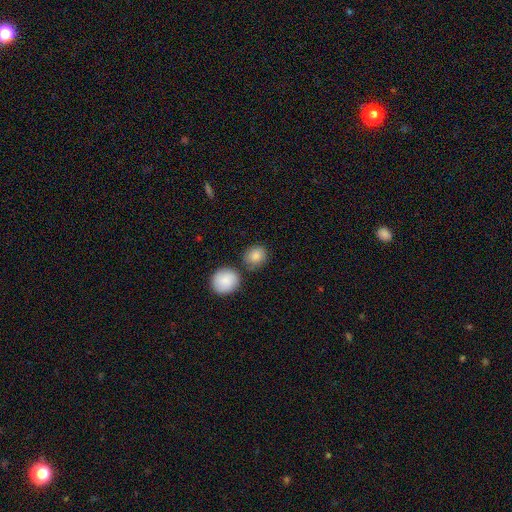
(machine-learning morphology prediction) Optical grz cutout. It shows a smooth galaxy with no disk features (87%) that is round (78%). Merging: none (71%).